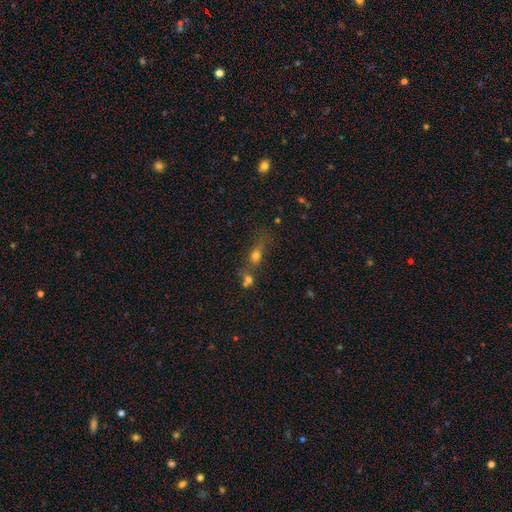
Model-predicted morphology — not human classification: Smooth or featured? smooth (59%)
How rounded? in between (46%)
Merging? none (40%)